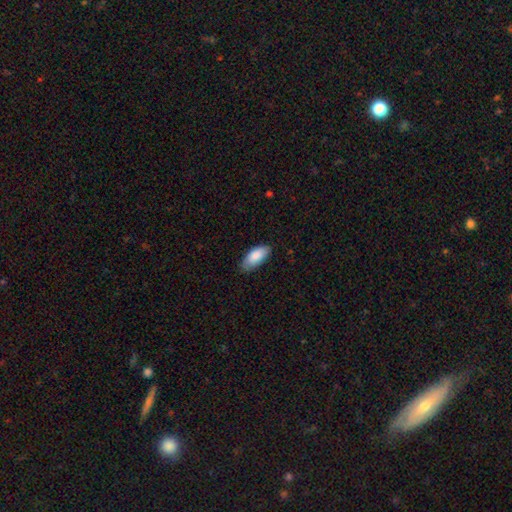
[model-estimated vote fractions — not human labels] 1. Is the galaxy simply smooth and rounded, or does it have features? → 86% smooth, 8% featured or disk, 6% star or artifact.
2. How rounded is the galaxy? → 91% in between, 8% cigar-shaped, 2% round.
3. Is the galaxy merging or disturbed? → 74% none, 22% minor disturbance, 3% major disturbance, 1% merger.